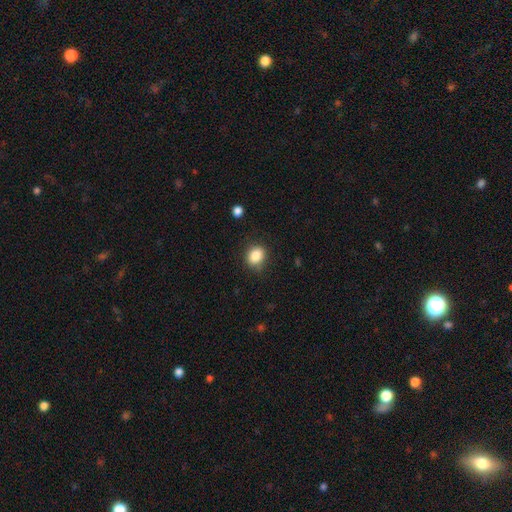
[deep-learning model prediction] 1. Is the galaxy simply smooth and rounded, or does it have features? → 85% smooth, 10% star or artifact, 6% featured or disk.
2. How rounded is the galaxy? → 54% round, 45% in between, 1% cigar-shaped.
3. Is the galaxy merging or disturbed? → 77% none, 17% minor disturbance, 4% major disturbance, 2% merger.